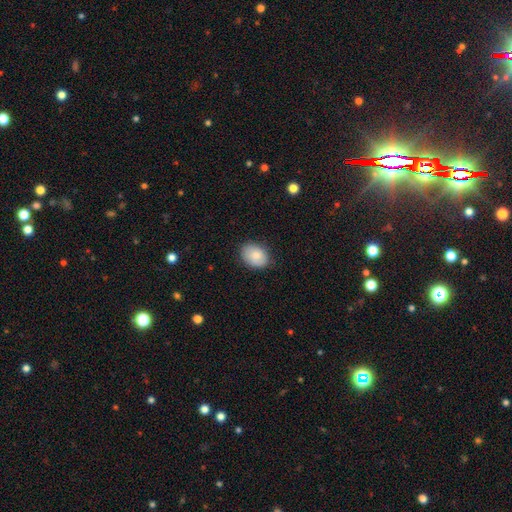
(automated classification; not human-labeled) A smooth galaxy with no disk features (82%) that is in between round and cigar-shaped (67%).

Vote fractions:
- Smooth or featured? smooth: 82% / featured or disk: 11% / star or artifact: 7%
- How rounded? in between: 67% / round: 32% / cigar-shaped: 1%
- Merging? none: 82% / minor disturbance: 14% / major disturbance: 3% / merger: 1%